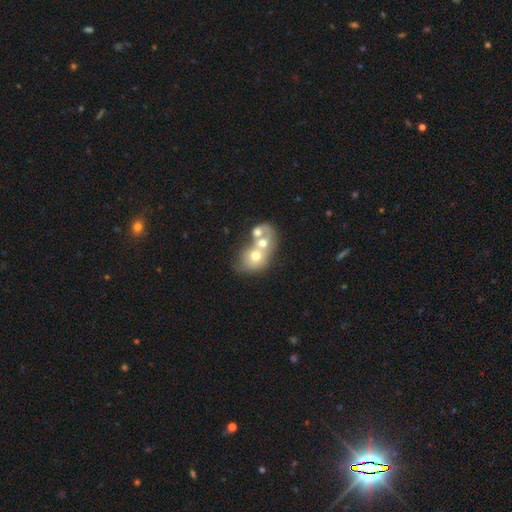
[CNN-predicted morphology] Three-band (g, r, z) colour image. It shows a smooth galaxy with no disk features (47%). Merging: merger (72%).